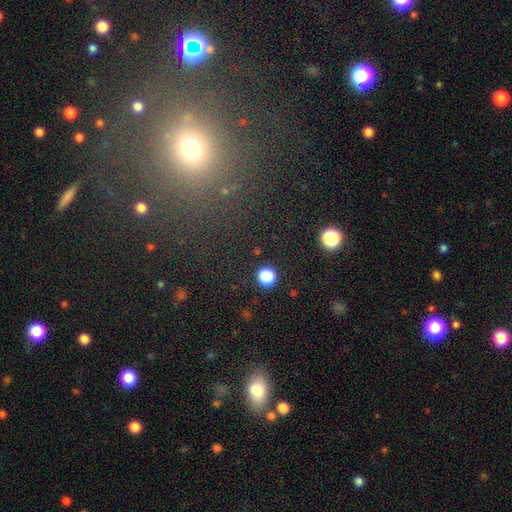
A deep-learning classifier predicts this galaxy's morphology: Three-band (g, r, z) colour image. It shows a star or artifact, not a galaxy (46%).